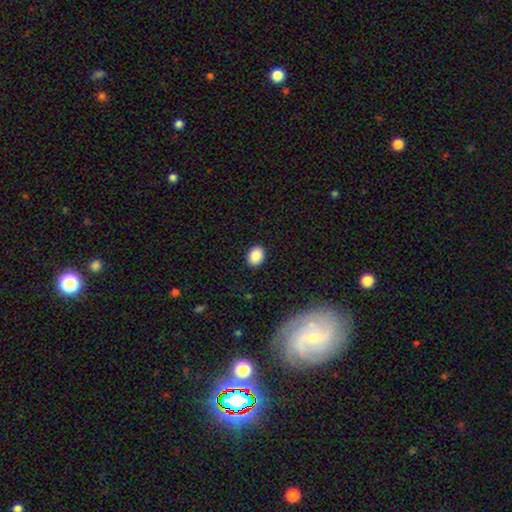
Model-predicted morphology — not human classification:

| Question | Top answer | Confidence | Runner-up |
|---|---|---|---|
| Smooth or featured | smooth | 88% | star or artifact (8%) |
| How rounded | in between | 66% | round (33%) |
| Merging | none | 90% | minor disturbance (7%) |